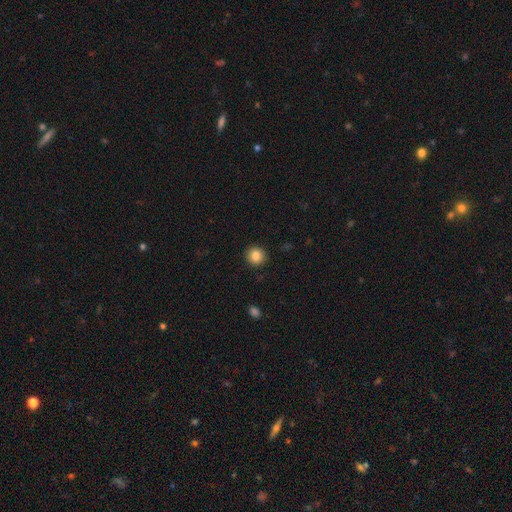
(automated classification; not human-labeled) Q: Smooth or featured?
A: smooth (85%); runner-up: star or artifact (9%)
Q: How rounded?
A: round (91%); runner-up: in between (8%)
Q: Merging?
A: none (92%); runner-up: minor disturbance (5%)